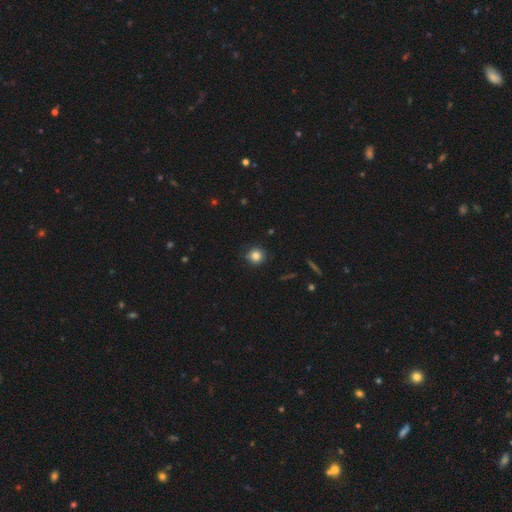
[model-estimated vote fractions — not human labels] A smooth galaxy with no disk features (83%) that is round (93%).

Vote fractions:
- Smooth or featured? smooth: 83% / star or artifact: 11% / featured or disk: 6%
- How rounded? round: 93% / in between: 6% / cigar-shaped: 1%
- Merging? none: 87% / minor disturbance: 10% / major disturbance: 2% / merger: 1%